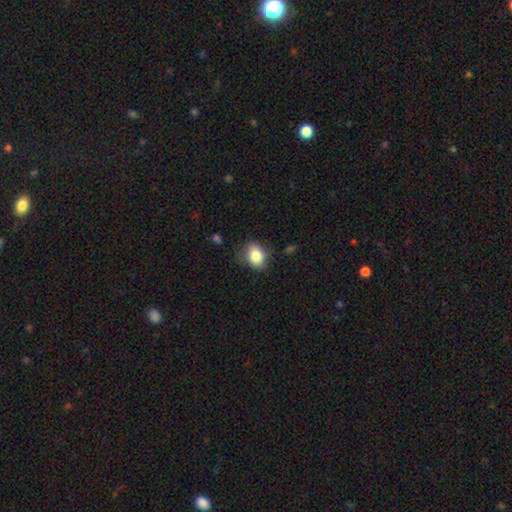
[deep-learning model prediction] A smooth galaxy with no disk features (82%) that is in between round and cigar-shaped (57%). Merging: none (67%).